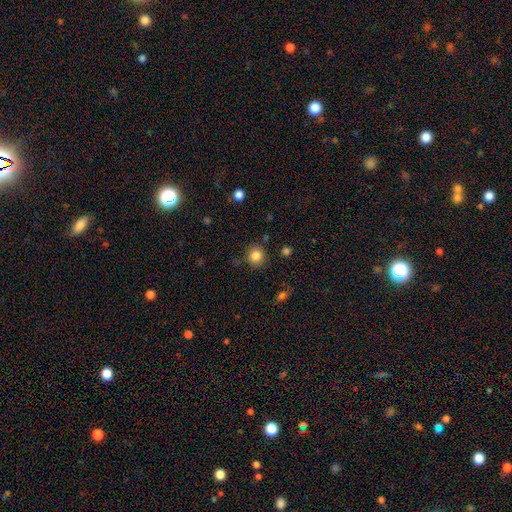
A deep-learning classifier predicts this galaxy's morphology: This appears to be a smooth galaxy with no disk features (84%) that is round (90%). Merging: none (84%).